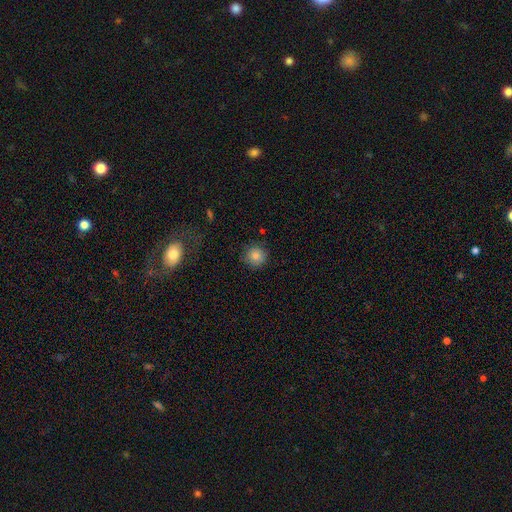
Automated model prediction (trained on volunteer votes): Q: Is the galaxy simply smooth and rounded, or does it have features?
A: smooth — 81%.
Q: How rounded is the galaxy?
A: round — 94%.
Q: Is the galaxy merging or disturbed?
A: none — 86%.